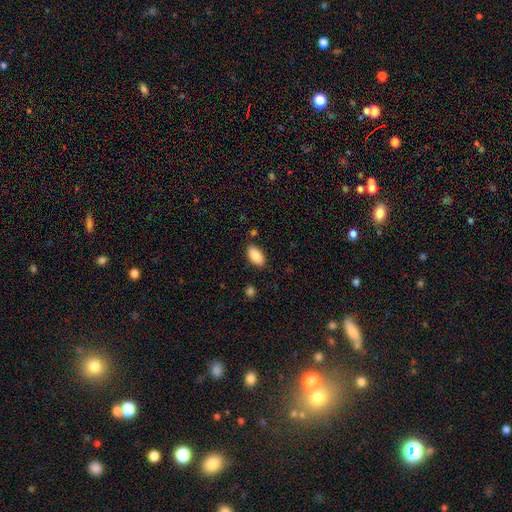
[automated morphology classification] Smooth or featured? smooth (89%)
How rounded? in between (93%)
Merging? none (84%)